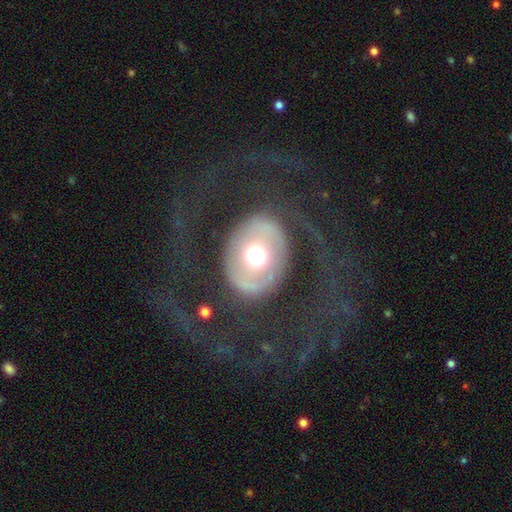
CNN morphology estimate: A featured or disk galaxy (57%) with no bar (66%), no spiral arms (60%) and a moderate central bulge (58%).

Vote fractions:
- Smooth or featured? featured or disk: 57% / smooth: 35% / star or artifact: 9%
- Edge-on disk? no: 95% / yes: 5%
- Bar? no: 66% / weak: 20% / strong: 14%
- Spiral arms? no: 60% / yes: 40%
- Bulge size? moderate: 58% / large: 30% / dominant: 7% / small: 5% / none: 1%
- Merging? none: 53% / major disturbance: 30% / minor disturbance: 14% / merger: 3%